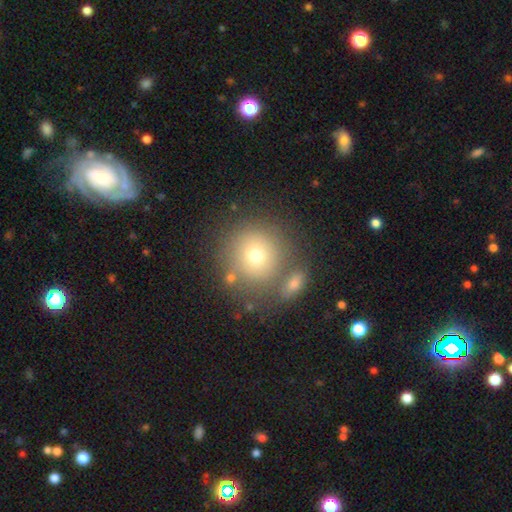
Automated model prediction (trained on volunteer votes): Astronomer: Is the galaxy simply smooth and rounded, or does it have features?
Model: smooth — 70%.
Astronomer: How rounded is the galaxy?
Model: round — 93%.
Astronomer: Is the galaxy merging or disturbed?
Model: none — 68%.